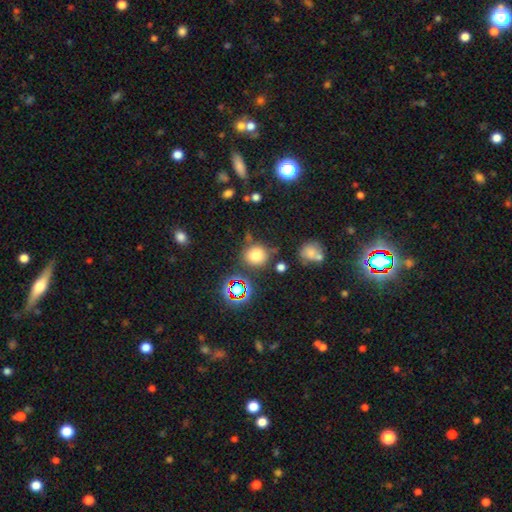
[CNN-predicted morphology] Smooth or featured?
  - smooth: 71% *
  - star or artifact: 21%
  - featured or disk: 8%
How rounded?
  - round: 84% *
  - in between: 14%
  - cigar-shaped: 1%
Merging?
  - none: 74% *
  - minor disturbance: 13%
  - merger: 8%
  - major disturbance: 5%